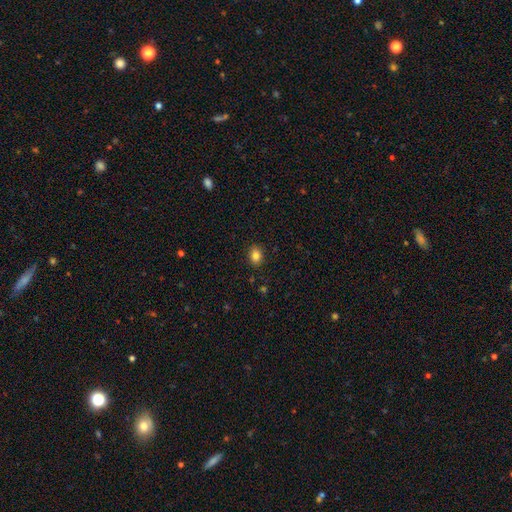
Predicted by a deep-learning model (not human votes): smooth_or_featured: smooth (p=0.84) [alt: star or artifact p=0.10]
how_rounded: in between (p=0.64) [alt: round p=0.35]
merging: none (p=0.89) [alt: minor disturbance p=0.08]